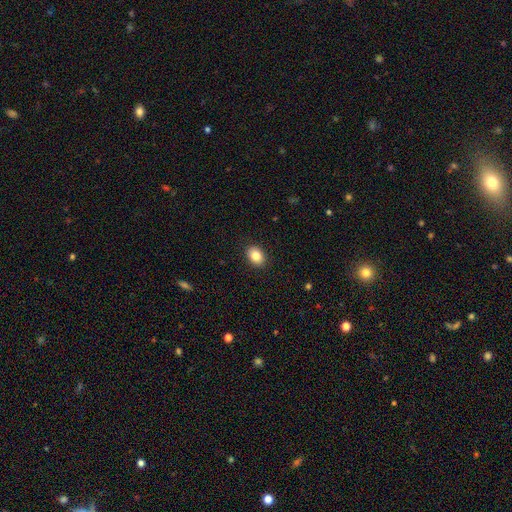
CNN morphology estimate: Overall: smooth (84%). How rounded: in between (72%). Merging: none (90%).